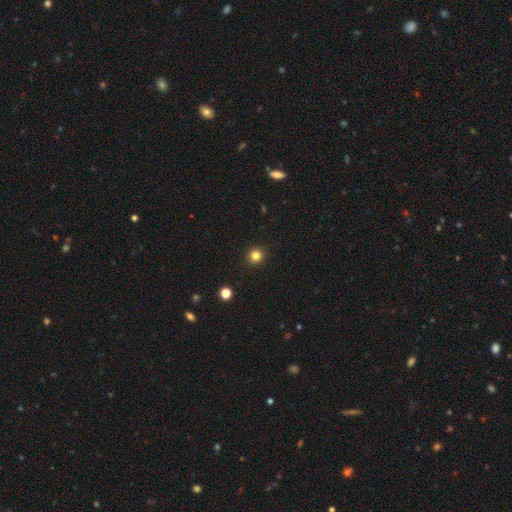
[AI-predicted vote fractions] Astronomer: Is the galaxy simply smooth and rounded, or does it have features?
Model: smooth — 83%.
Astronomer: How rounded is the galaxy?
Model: round — 95%.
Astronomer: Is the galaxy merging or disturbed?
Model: none — 93%.